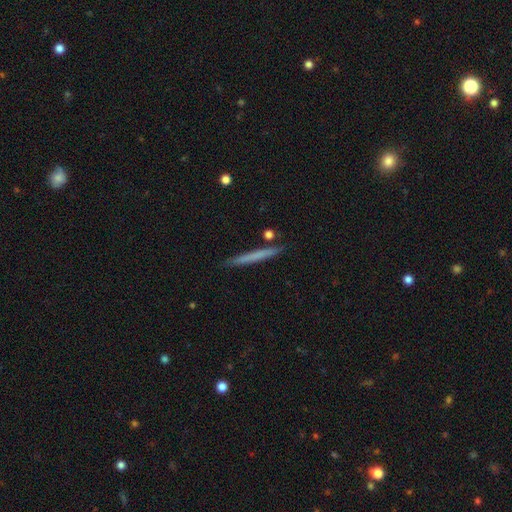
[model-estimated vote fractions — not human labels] Smooth or featured? Predicted: smooth (p=0.61). How rounded? Predicted: cigar-shaped (p=0.97). Merging? Predicted: none (p=0.88).